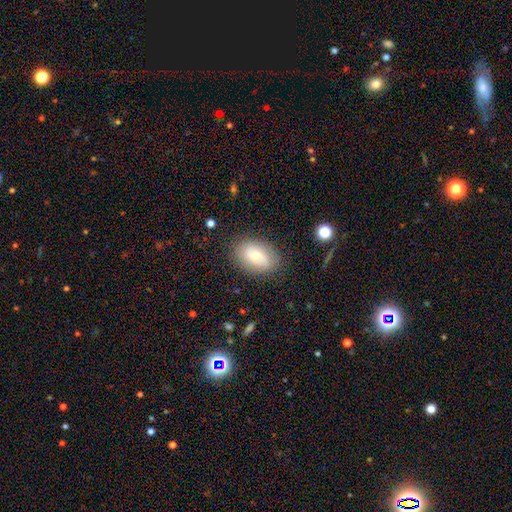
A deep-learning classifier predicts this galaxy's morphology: Q: Smooth or featured?
A: smooth (62%); runner-up: featured or disk (29%)
Q: How rounded?
A: in between (84%); runner-up: round (15%)
Q: Merging?
A: none (82%); runner-up: minor disturbance (13%)